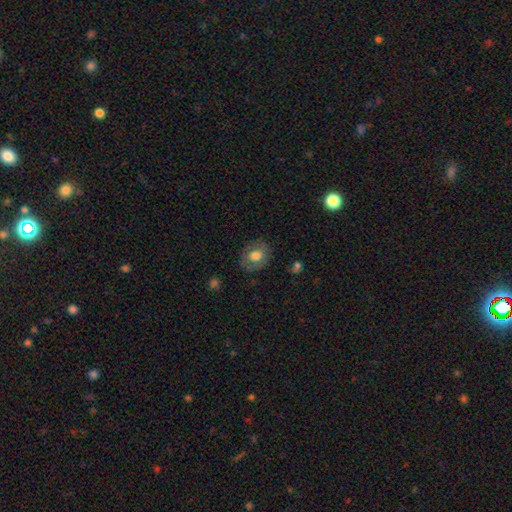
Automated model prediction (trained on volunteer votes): Q: Smooth or featured?
A: smooth (71%); runner-up: featured or disk (21%)
Q: How rounded?
A: round (58%); runner-up: in between (41%)
Q: Merging?
A: none (82%); runner-up: minor disturbance (13%)